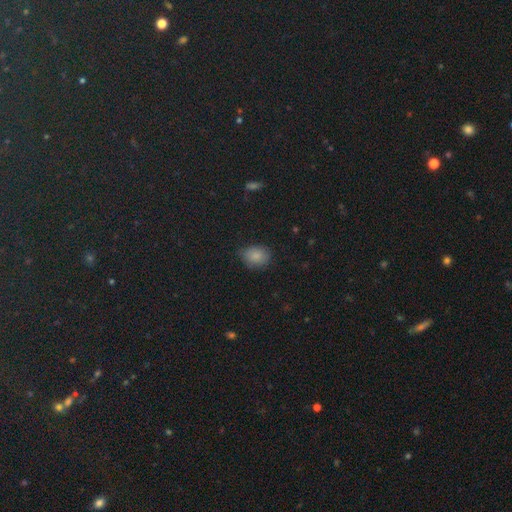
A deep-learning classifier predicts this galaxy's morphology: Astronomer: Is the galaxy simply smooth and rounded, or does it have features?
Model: smooth — 84%.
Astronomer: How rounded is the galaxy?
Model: in between — 62% (runner-up: round, 37%).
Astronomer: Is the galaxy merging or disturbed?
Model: none — 73%.